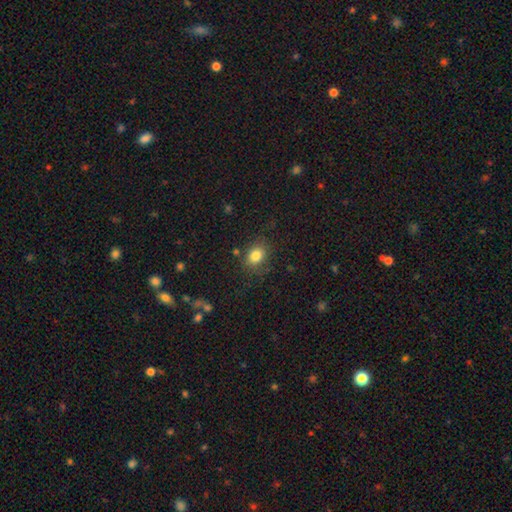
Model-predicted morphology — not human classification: Smooth or featured? smooth (82%)
How rounded? in between (58%)
Merging? none (76%)